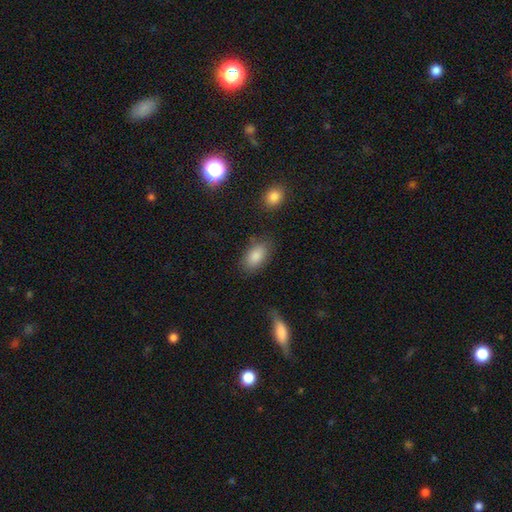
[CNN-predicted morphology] Smooth or featured: smooth — 86% (star or artifact — 8%)
How rounded: in between — 92% (round — 5%)
Merging: none — 77% (minor disturbance — 15%)